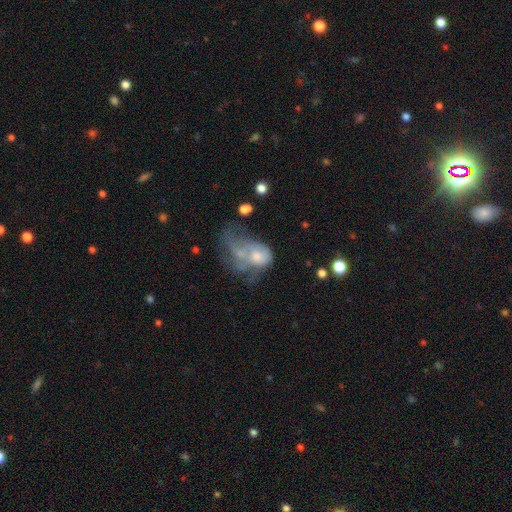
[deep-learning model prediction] Smooth or featured? featured or disk (45%)
Merging? major disturbance (44%)